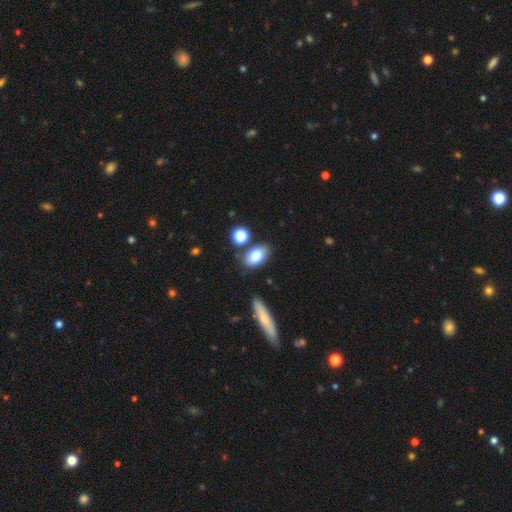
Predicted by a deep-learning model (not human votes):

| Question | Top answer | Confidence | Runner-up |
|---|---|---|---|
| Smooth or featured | smooth | 79% | featured or disk (12%) |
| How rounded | in between | 87% | round (10%) |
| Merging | none | 74% | minor disturbance (12%) |